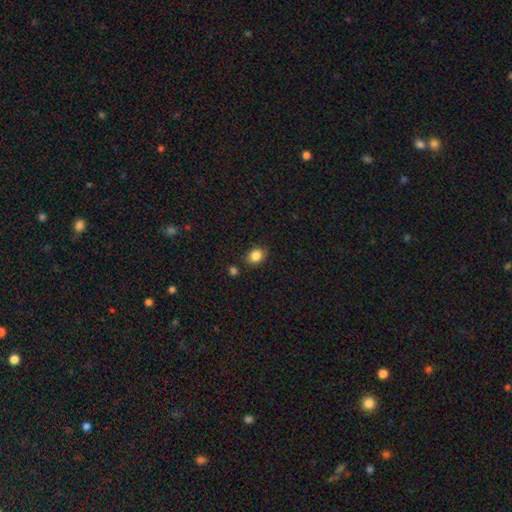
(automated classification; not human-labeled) smooth-or-featured: smooth: 85% | star or artifact: 10% | featured or disk: 5%
  how-rounded: in between: 52% | round: 47% | cigar-shaped: 1%
  merging: none: 82% | minor disturbance: 12% | merger: 4% | major disturbance: 3%